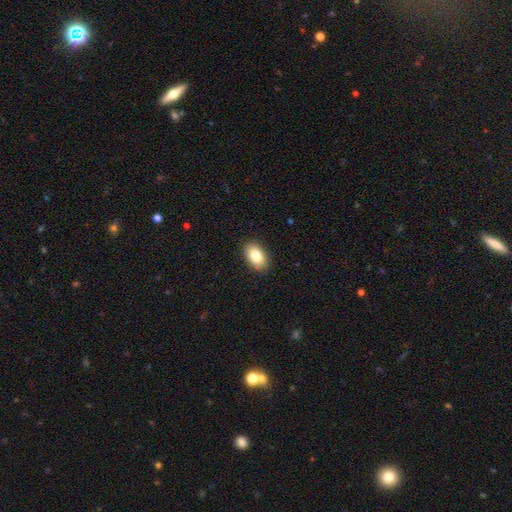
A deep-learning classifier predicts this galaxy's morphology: This is clearly a smooth galaxy (86%). How rounded: clearly in between (91%). Merging: clearly none (89%).